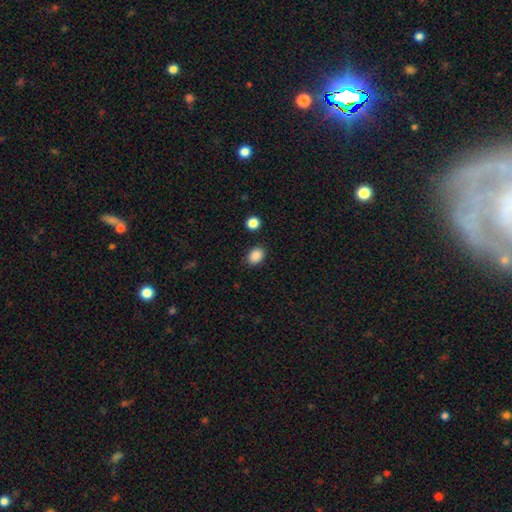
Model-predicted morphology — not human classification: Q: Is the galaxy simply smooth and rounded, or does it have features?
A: smooth — 88%.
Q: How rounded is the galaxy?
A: in between — 69%.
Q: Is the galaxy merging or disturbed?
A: none — 84%.